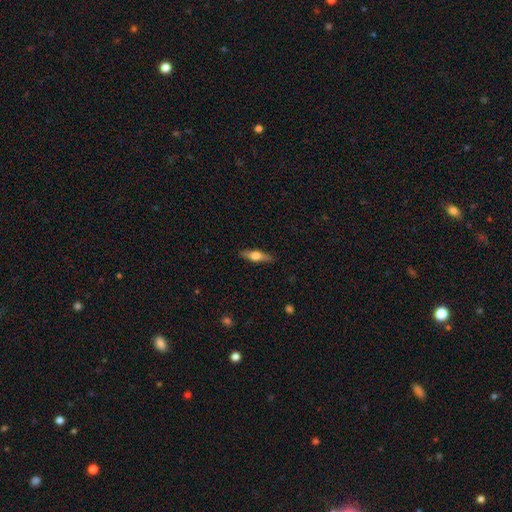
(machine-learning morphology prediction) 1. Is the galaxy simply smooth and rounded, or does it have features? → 50% smooth, 43% featured or disk, 6% star or artifact.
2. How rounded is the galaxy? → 60% cigar-shaped, 37% in between, 3% round.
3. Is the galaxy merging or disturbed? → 88% none, 9% minor disturbance, 2% major disturbance, 1% merger.